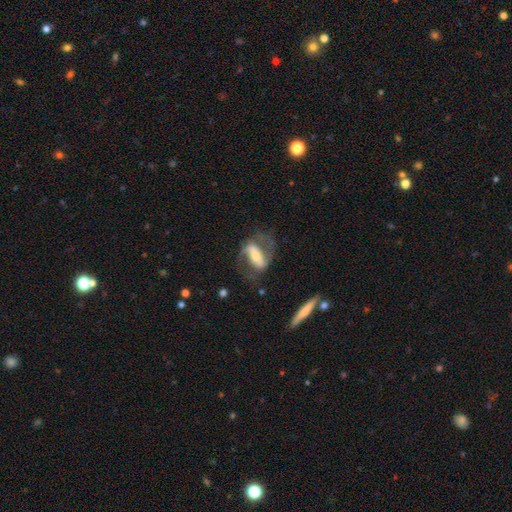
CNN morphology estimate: featured or disk 73%, smooth 21%, star or artifact 6%. Down the decision tree: edge-on disk — no (89%); bar — strong (60%); spiral arms — yes (78%); spiral arm count — 2 (85%); spiral winding — medium (46%); bulge size — moderate (48%); merging — none (59%).